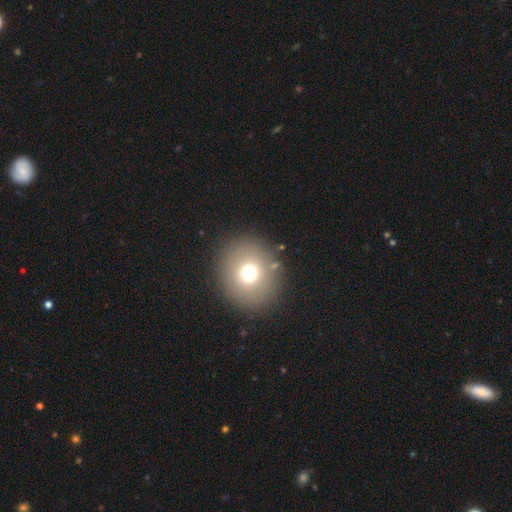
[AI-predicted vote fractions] Smooth or featured: smooth — 68% (star or artifact — 18%)
How rounded: round — 82% (in between — 17%)
Merging: none — 89% (minor disturbance — 6%)